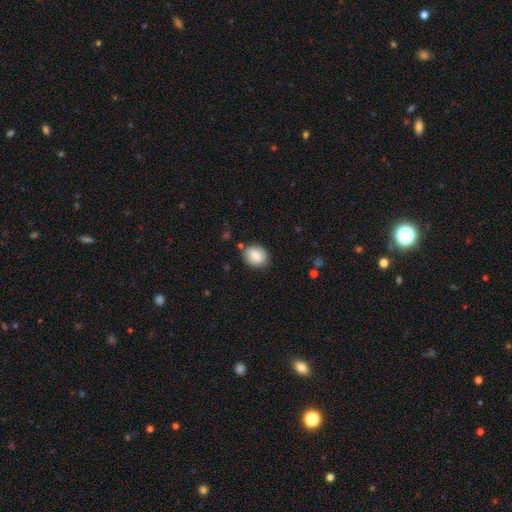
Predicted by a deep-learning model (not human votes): Smooth or featured? smooth (81%)
How rounded? round (51%)
Merging? none (79%)